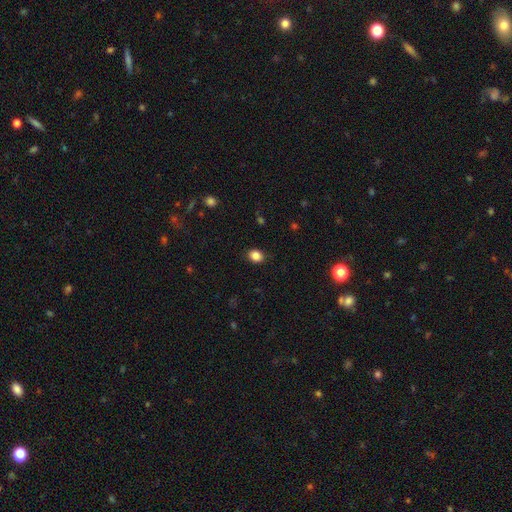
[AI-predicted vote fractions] Smooth or featured? smooth (86%)
How rounded? in between (50%)
Merging? none (87%)